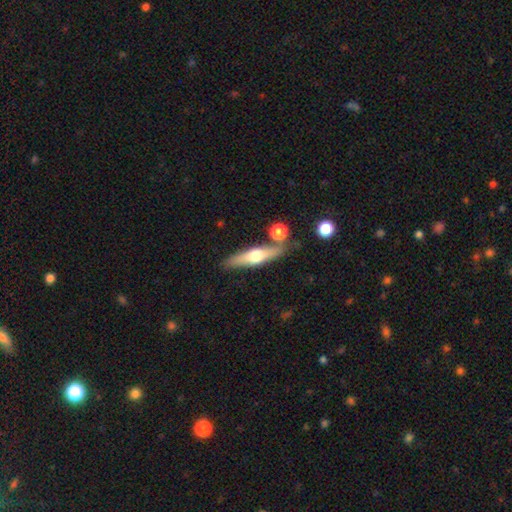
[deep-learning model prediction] A featured or disk galaxy (54%) viewed edge-on (92%) with a rounded central bulge (93%). Merging: none (76%).